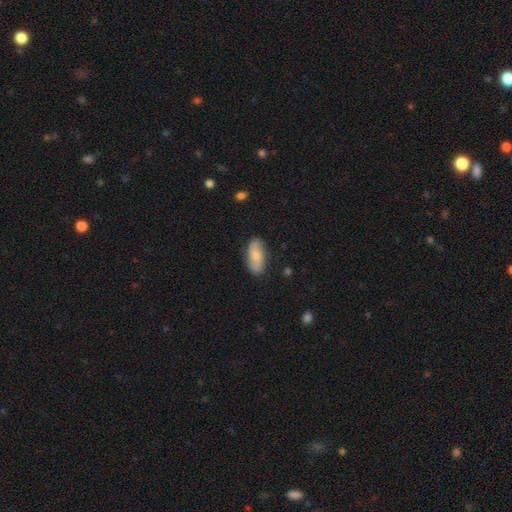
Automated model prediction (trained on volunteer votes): Smooth or featured? Predicted: smooth (p=0.68). How rounded? Predicted: in between (p=0.87). Merging? Predicted: none (p=0.82).